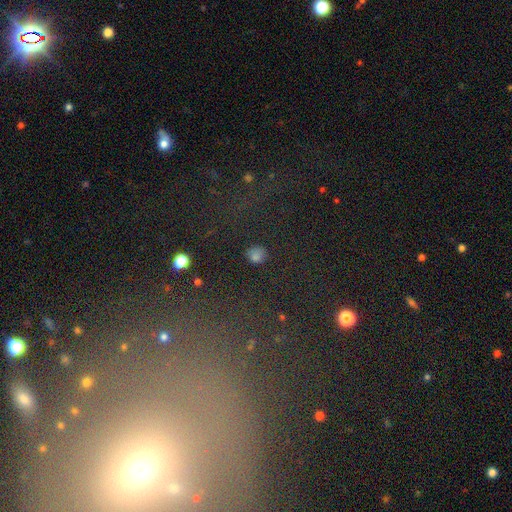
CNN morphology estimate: Smooth or featured? smooth (68%)
How rounded? round (77%)
Merging? none (87%)